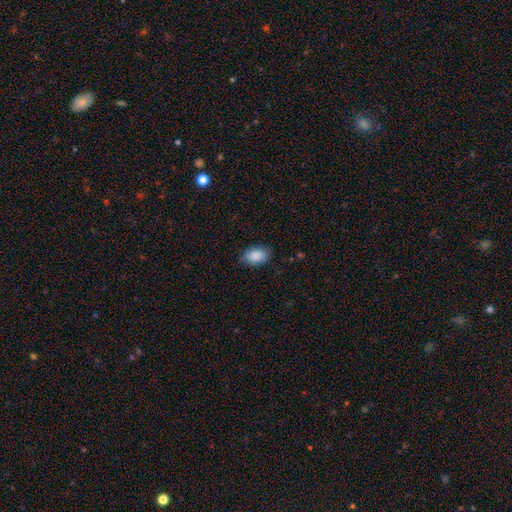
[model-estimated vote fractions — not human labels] Smooth or featured? smooth (89%)
How rounded? in between (87%)
Merging? none (81%)